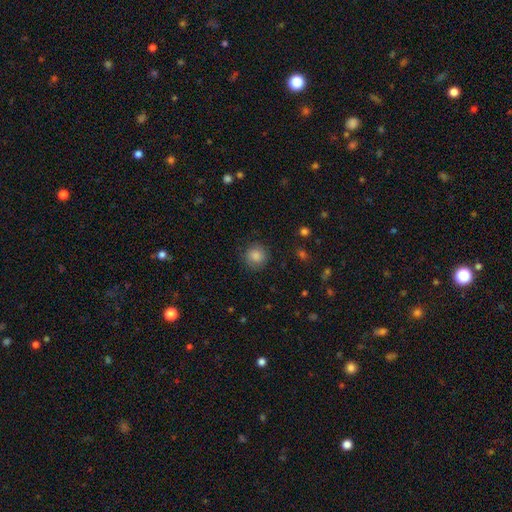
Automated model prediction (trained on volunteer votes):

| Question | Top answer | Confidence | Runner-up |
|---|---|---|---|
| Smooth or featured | smooth | 84% | star or artifact (9%) |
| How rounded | round | 90% | in between (9%) |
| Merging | none | 85% | minor disturbance (11%) |